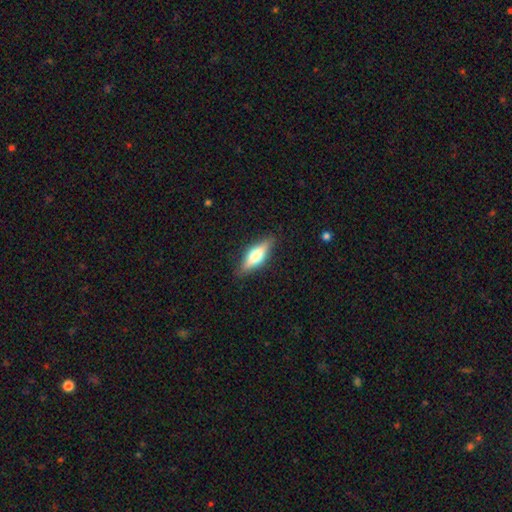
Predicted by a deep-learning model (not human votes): Smooth or featured: smooth — 48% (featured or disk — 46%)
Merging: none — 86% (minor disturbance — 11%)